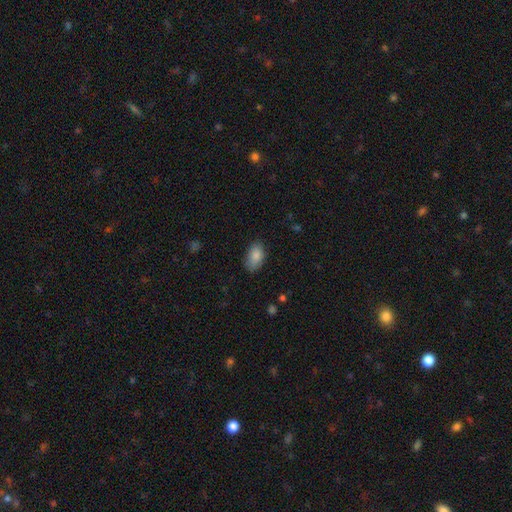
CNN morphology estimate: type=smooth (87%); roundness=in between (93%); merging=none (79%).